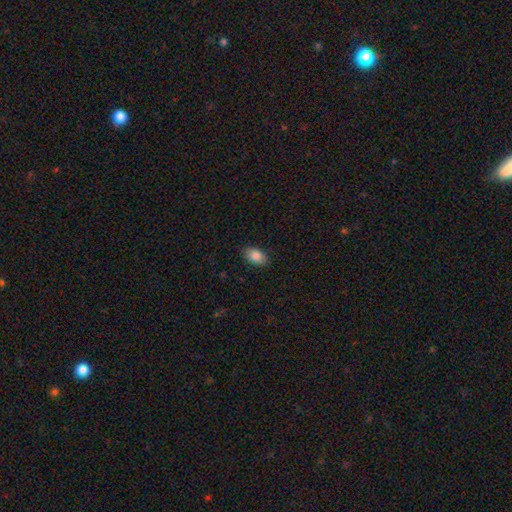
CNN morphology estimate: smooth-or-featured: smooth: 87% | star or artifact: 7% | featured or disk: 5%
  how-rounded: in between: 90% | round: 9% | cigar-shaped: 2%
  merging: none: 87% | minor disturbance: 10% | major disturbance: 2% | merger: 1%